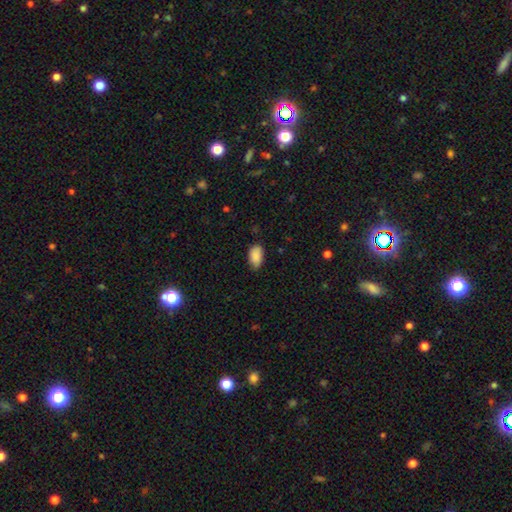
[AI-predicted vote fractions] smooth_or_featured: smooth (p=0.89) [alt: star or artifact p=0.07]
how_rounded: in between (p=0.93) [alt: round p=0.05]
merging: none (p=0.77) [alt: minor disturbance p=0.19]